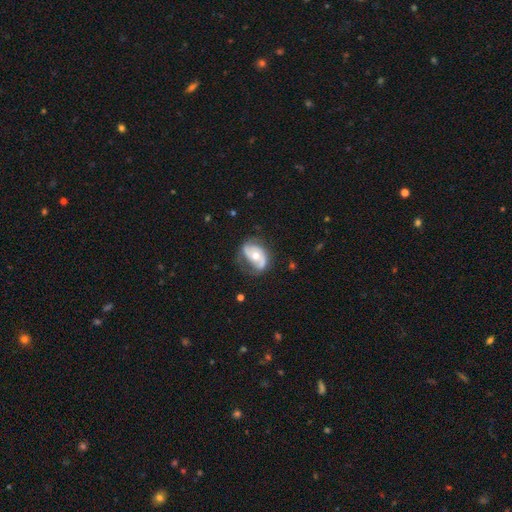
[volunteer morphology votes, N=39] Overall: featured or disk (82%). Edge-on disk: no (100%). Bar: no (78%). Spiral arms: yes (84%). Spiral arm count: 2 (78%). Spiral winding: tight (41%; medium 37%). Bulge size: moderate (78%). Merging: none (50%; minor disturbance 31%).